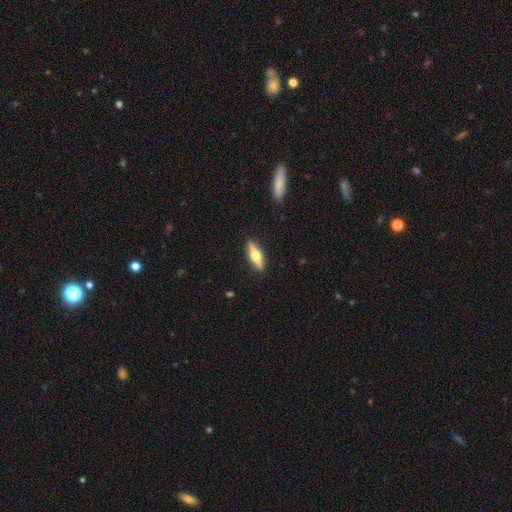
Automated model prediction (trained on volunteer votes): featured or disk 55%, smooth 40%, star or artifact 6%. Down the decision tree: edge-on disk — yes (93%); edge-on bulge — rounded (94%); merging — none (89%).